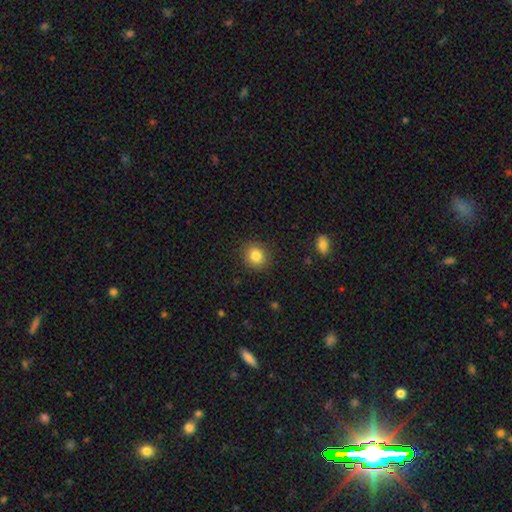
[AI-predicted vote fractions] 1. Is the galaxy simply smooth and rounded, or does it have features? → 83% smooth, 10% star or artifact, 6% featured or disk.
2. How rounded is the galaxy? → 82% round, 18% in between, 1% cigar-shaped.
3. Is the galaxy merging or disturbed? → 89% none, 7% minor disturbance, 2% major disturbance, 1% merger.